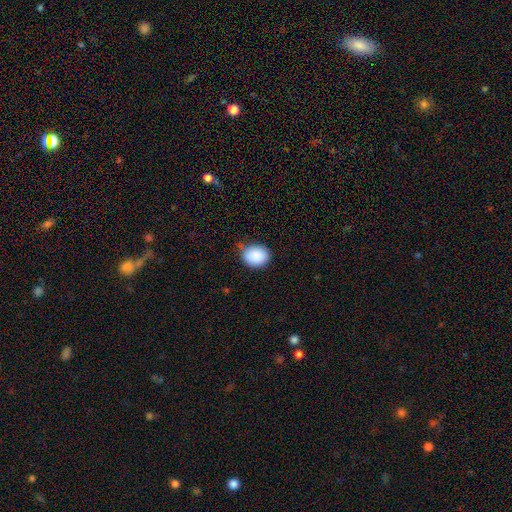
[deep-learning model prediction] Smooth or featured? smooth (89%)
How rounded? round (61%)
Merging? none (62%)